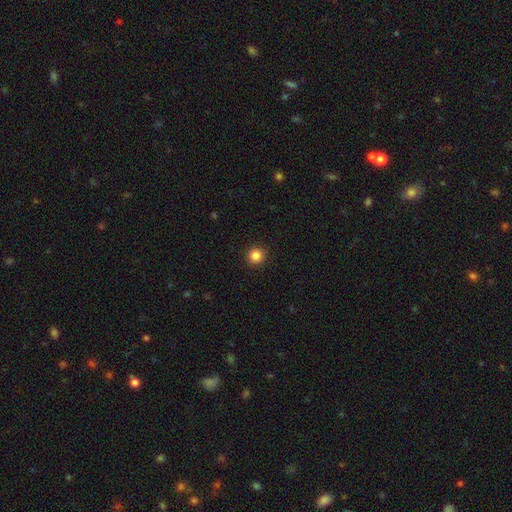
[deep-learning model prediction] smooth-or-featured: smooth: 86% | star or artifact: 11% | featured or disk: 3%
  how-rounded: round: 95% | in between: 4% | cigar-shaped: 1%
  merging: none: 93% | minor disturbance: 5% | major disturbance: 2% | merger: 1%